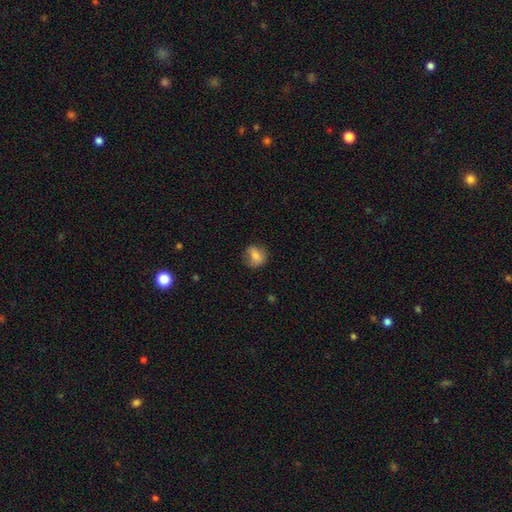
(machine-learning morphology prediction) Q: Smooth or featured?
A: smooth (75%); runner-up: featured or disk (17%)
Q: How rounded?
A: round (63%); runner-up: in between (35%)
Q: Merging?
A: none (70%); runner-up: minor disturbance (21%)